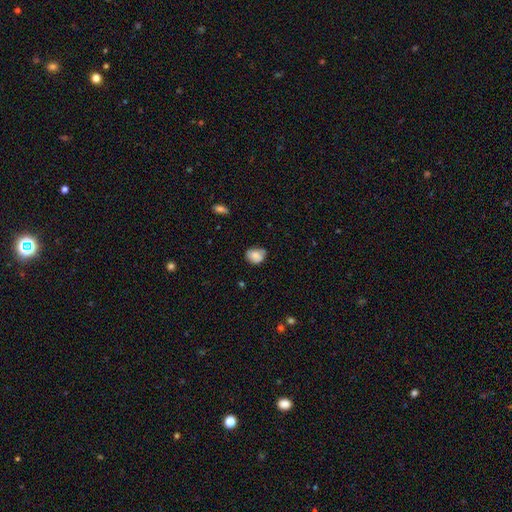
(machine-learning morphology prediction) Smooth or featured? Predicted: smooth (p=0.75). How rounded? Predicted: in between (p=0.51). Merging? Predicted: none (p=0.57).